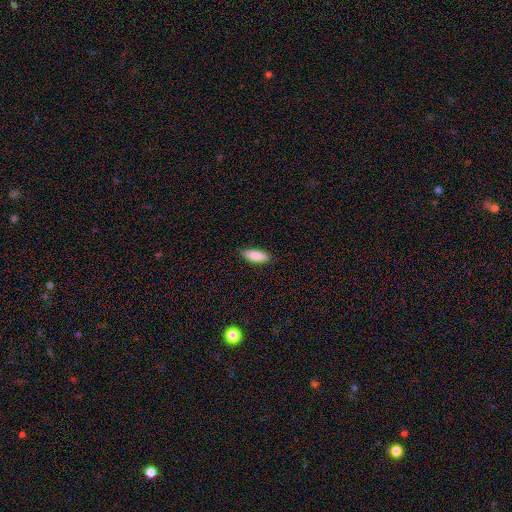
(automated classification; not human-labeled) This is clearly a smooth galaxy (87%). How rounded: likely in between (72%). Merging: likely none (80%).